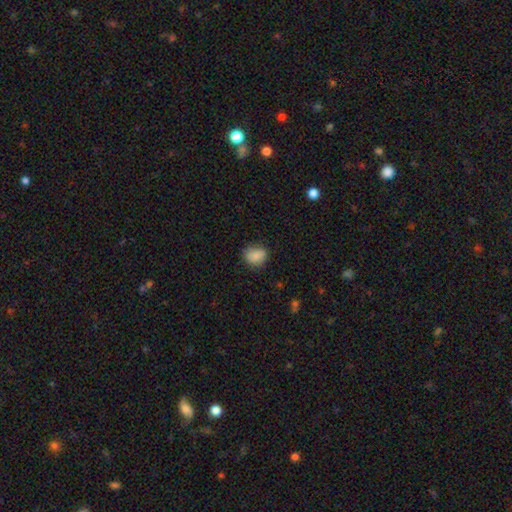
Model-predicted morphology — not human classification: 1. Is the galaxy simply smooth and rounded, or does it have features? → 84% smooth, 9% star or artifact, 7% featured or disk.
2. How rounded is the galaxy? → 62% round, 37% in between, 1% cigar-shaped.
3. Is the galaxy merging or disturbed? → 74% none, 21% minor disturbance, 4% major disturbance, 1% merger.